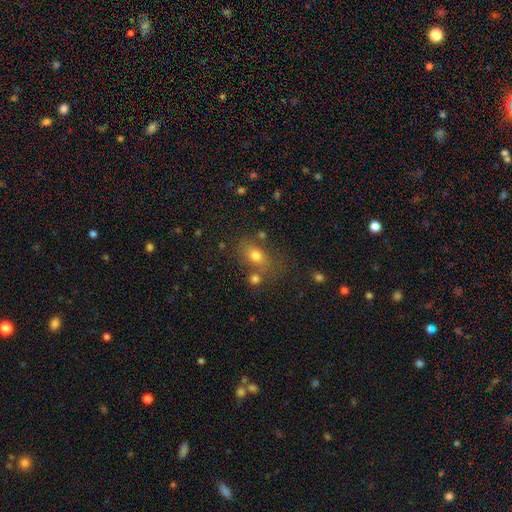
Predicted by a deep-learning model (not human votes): This appears to be a smooth galaxy with no disk features (71%) that is in between round and cigar-shaped (70%). Merging: none (61%).